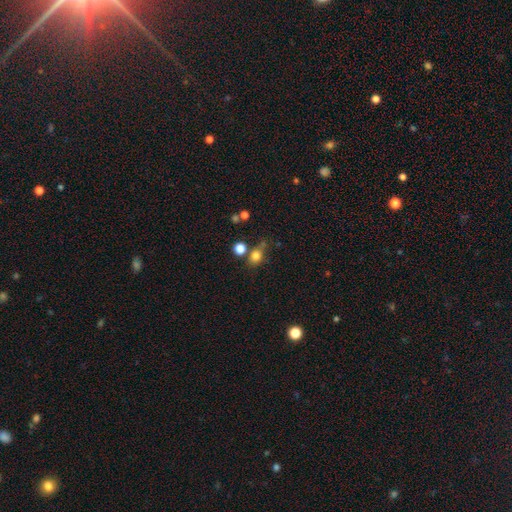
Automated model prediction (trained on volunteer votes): The model was most divided on "how rounded": round: 64%, in between: 34%, cigar-shaped: 2%. More confident: smooth or featured — smooth (78%); merging — none (63%).